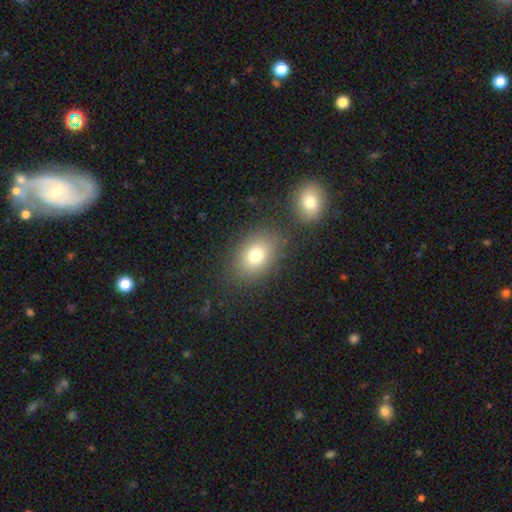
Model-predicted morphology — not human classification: smooth-or-featured: smooth: 77% | featured or disk: 12% | star or artifact: 11%
  how-rounded: in between: 69% | round: 30% | cigar-shaped: 1%
  merging: none: 77% | minor disturbance: 12% | merger: 7% | major disturbance: 4%